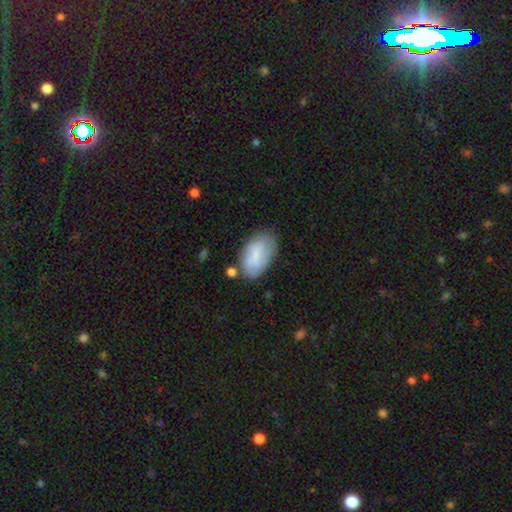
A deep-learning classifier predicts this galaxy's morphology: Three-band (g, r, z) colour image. It shows a smooth galaxy with no disk features (70%) that is in between round and cigar-shaped (94%). Merging: none (66%).